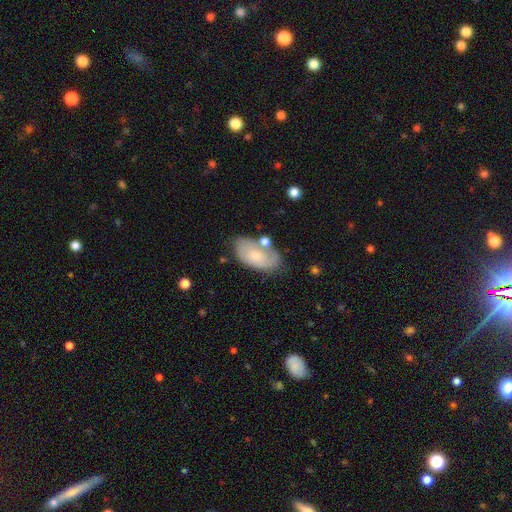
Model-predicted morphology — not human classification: This is possibly a smooth galaxy (53%). How rounded: clearly in between (93%). Merging: possibly none (53%).